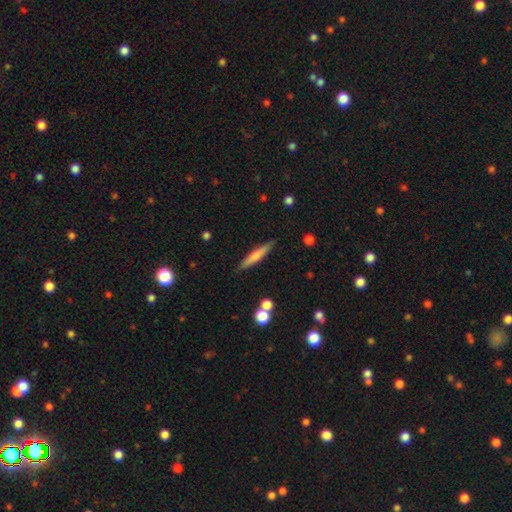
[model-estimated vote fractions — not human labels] smooth-or-featured: smooth: 66% | featured or disk: 28% | star or artifact: 6%
  how-rounded: cigar-shaped: 91% | in between: 8% | round: 2%
  merging: none: 87% | minor disturbance: 9% | merger: 2% | major disturbance: 2%